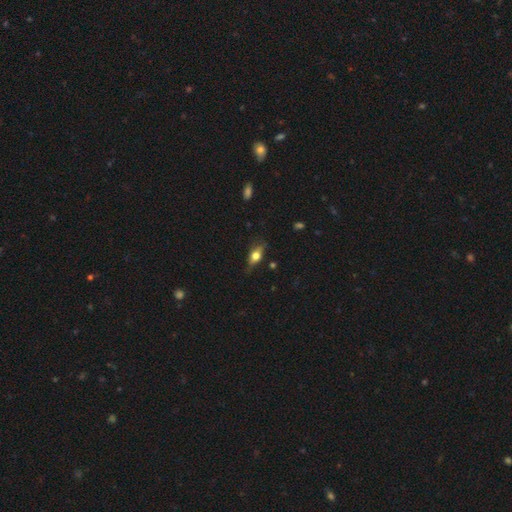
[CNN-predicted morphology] Smooth or featured? Predicted: smooth (p=0.50). Merging? Predicted: none (p=0.71).